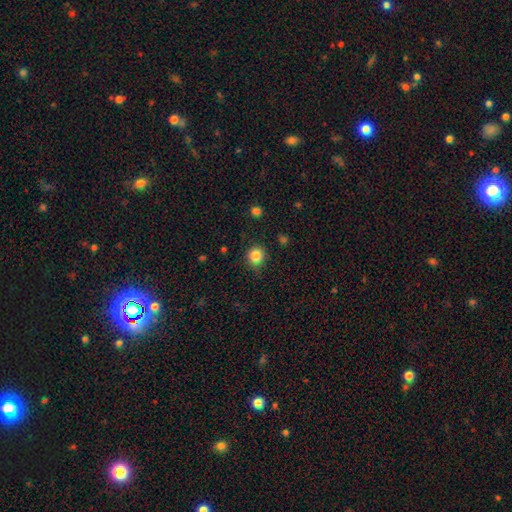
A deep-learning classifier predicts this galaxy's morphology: A smooth galaxy with no disk features (84%) that is round (90%). Merging: none (86%).